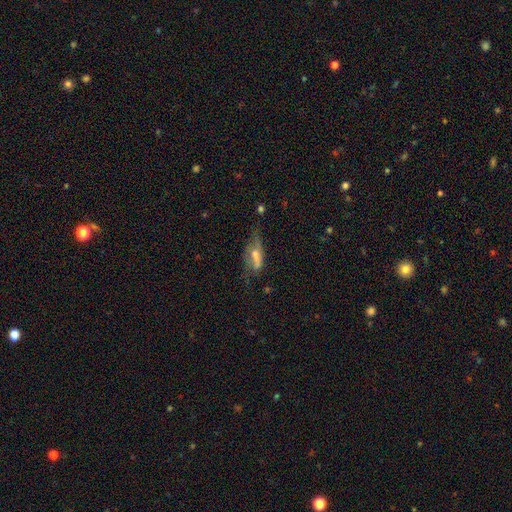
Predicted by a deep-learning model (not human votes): This appears to be a smooth galaxy with no disk features (50%) that is in between round and cigar-shaped (69%). Merging: none (34%).